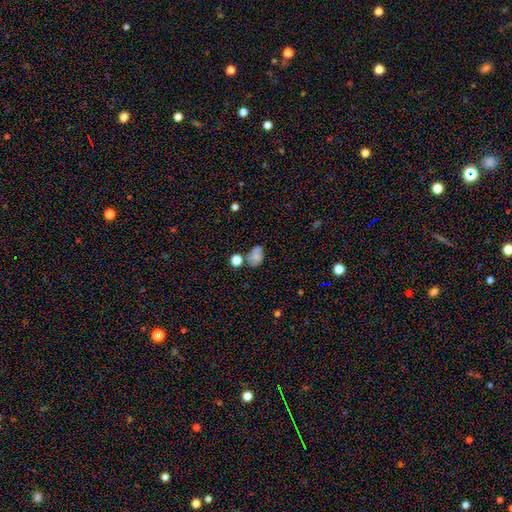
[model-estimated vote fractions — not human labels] smooth_or_featured: smooth (p=0.71) [alt: featured or disk p=0.16]
how_rounded: in between (p=0.74) [alt: round p=0.25]
merging: none (p=0.49) [alt: minor disturbance p=0.23]